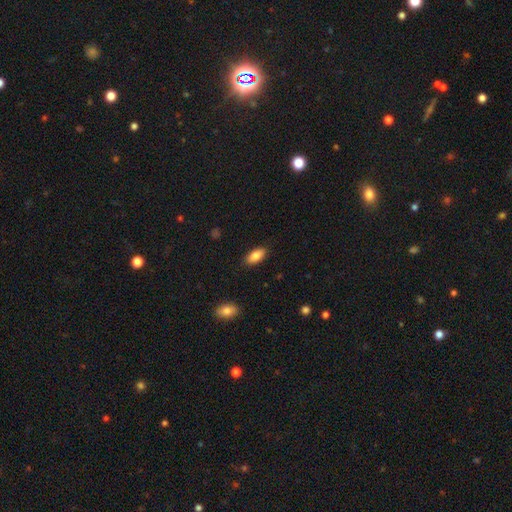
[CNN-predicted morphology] Smooth or featured?
  - smooth: 83% *
  - featured or disk: 10%
  - star or artifact: 7%
How rounded?
  - in between: 87% *
  - cigar-shaped: 11%
  - round: 2%
Merging?
  - none: 87% *
  - minor disturbance: 9%
  - major disturbance: 2%
  - merger: 1%